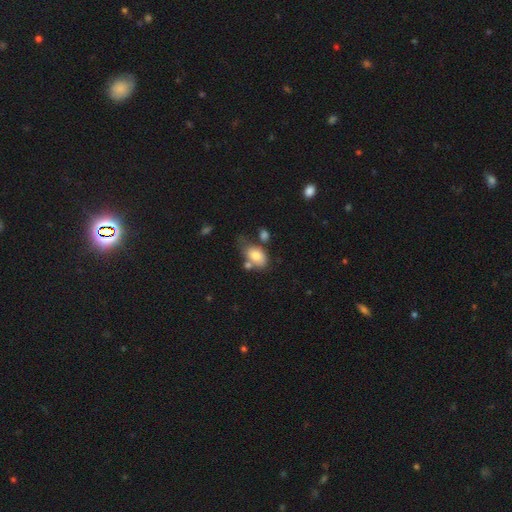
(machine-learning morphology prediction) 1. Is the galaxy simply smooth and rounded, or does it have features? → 76% smooth, 16% featured or disk, 8% star or artifact.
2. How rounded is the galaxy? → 86% in between, 12% round, 2% cigar-shaped.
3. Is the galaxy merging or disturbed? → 41% none, 25% minor disturbance, 23% merger, 11% major disturbance.